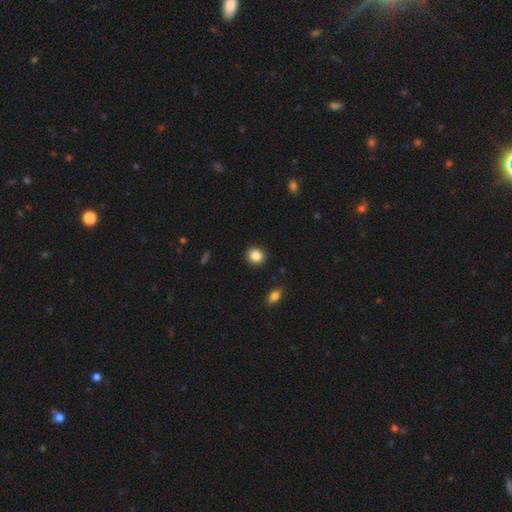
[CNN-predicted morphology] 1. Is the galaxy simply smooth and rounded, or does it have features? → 86% smooth, 9% star or artifact, 5% featured or disk.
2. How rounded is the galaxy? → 86% round, 13% in between, 1% cigar-shaped.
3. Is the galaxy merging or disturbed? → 91% none, 6% minor disturbance, 2% major disturbance, 1% merger.